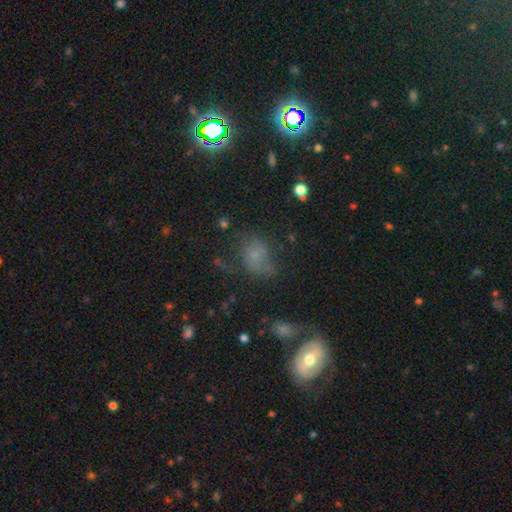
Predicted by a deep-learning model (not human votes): smooth-or-featured: smooth: 54% | star or artifact: 23% | featured or disk: 23%
  how-rounded: in between: 58% | round: 40% | cigar-shaped: 2%
  merging: none: 45% | minor disturbance: 26% | major disturbance: 23% | merger: 6%